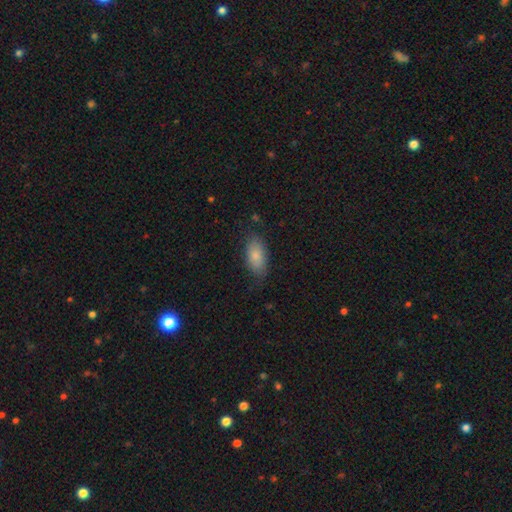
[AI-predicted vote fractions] Q: Smooth or featured?
A: smooth (83%); runner-up: featured or disk (10%)
Q: How rounded?
A: in between (92%); runner-up: cigar-shaped (4%)
Q: Merging?
A: none (75%); runner-up: minor disturbance (19%)